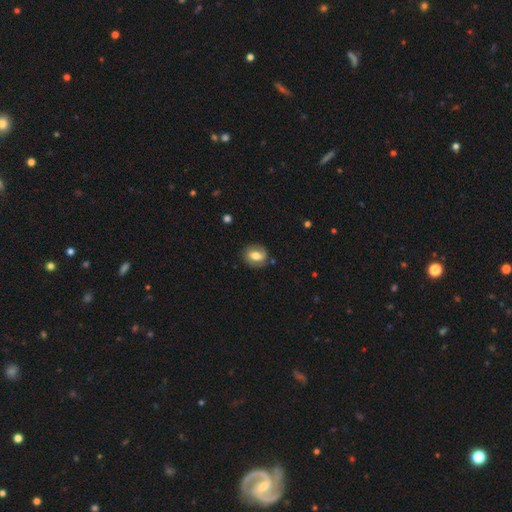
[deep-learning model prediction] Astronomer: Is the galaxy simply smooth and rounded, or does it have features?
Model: smooth — 57% (runner-up: featured or disk, 35%).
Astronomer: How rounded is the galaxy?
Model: round — 49%, tied with in between at 49%.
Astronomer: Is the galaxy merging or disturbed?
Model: none — 77%.